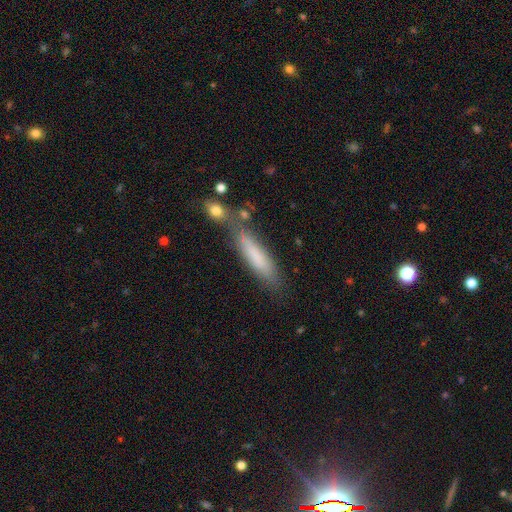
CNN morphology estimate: Smooth or featured? Predicted: smooth (p=0.75). How rounded? Predicted: cigar-shaped (p=0.79). Merging? Predicted: none (p=0.63).